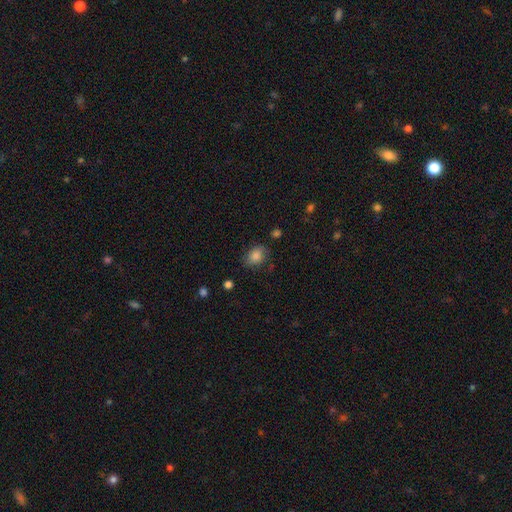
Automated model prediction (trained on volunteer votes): Smooth or featured? Predicted: smooth (p=0.84). How rounded? Predicted: in between (p=0.64). Merging? Predicted: none (p=0.71).